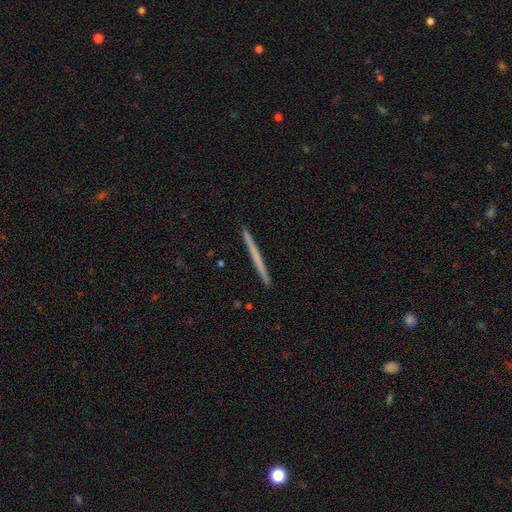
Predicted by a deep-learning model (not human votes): Smooth or featured? Predicted: smooth (p=0.49). Merging? Predicted: none (p=0.93).